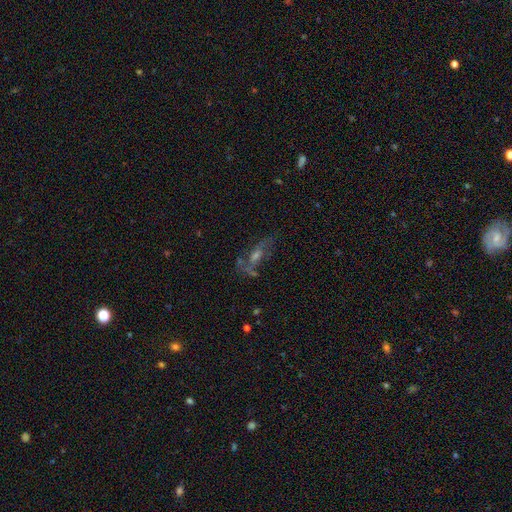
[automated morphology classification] Smooth or featured? Predicted: featured or disk (p=0.58). Edge-on disk? Predicted: no (p=0.77). Merging? Predicted: none (p=0.50).